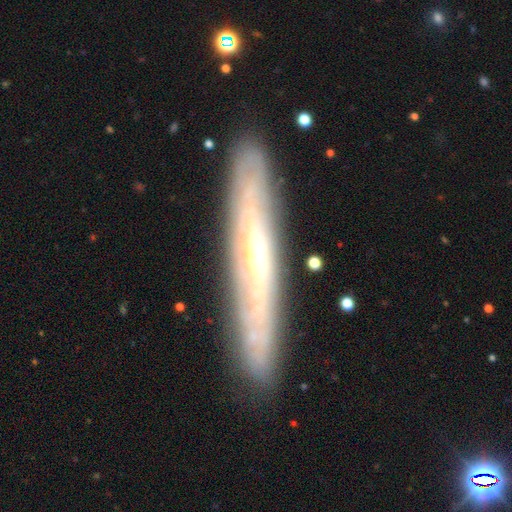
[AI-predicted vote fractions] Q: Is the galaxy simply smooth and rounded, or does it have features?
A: featured or disk — 73%.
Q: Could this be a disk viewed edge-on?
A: yes — 65%.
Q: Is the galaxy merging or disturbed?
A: none — 87%.